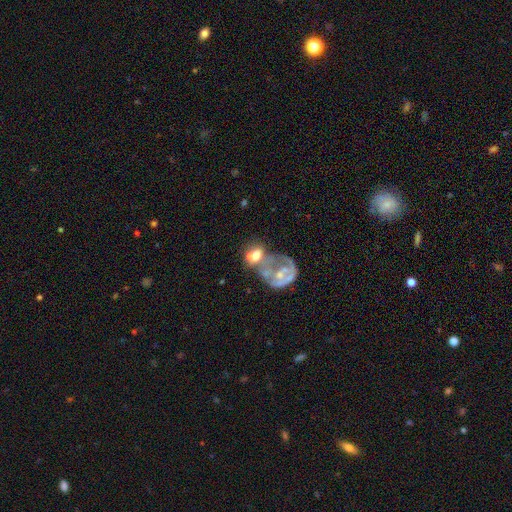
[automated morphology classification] Smooth or featured? Predicted: featured or disk (p=0.55). Edge-on disk? Predicted: no (p=0.97). Bar? Predicted: no (p=0.86). Spiral arms? Predicted: no (p=0.85). Bulge size? Predicted: none (p=0.38). Merging? Predicted: merger (p=0.55).